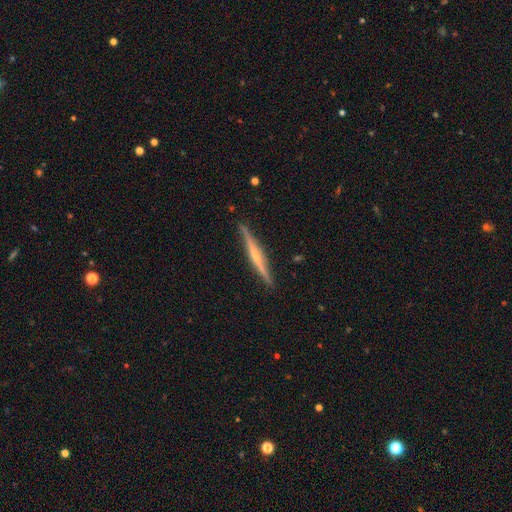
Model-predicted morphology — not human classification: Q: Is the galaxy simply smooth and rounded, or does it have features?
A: featured or disk — 70%.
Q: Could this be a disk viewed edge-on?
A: yes — 98%.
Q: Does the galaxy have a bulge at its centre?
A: rounded — 51%.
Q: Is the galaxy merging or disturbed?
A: none — 89%.